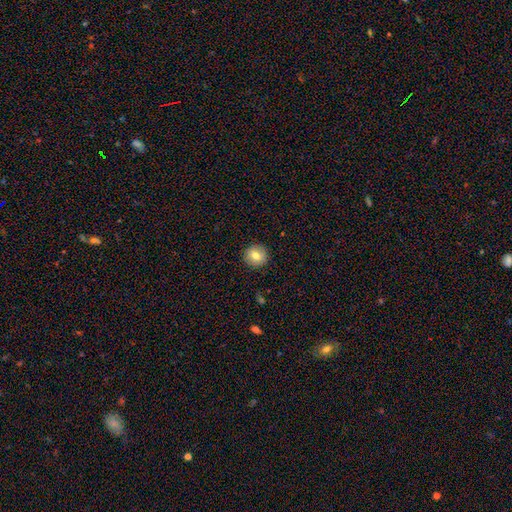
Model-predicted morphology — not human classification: Smooth or featured?
  - smooth: 77% *
  - featured or disk: 15%
  - star or artifact: 9%
How rounded?
  - round: 94% *
  - in between: 5%
  - cigar-shaped: 1%
Merging?
  - none: 91% *
  - minor disturbance: 6%
  - major disturbance: 2%
  - merger: 1%